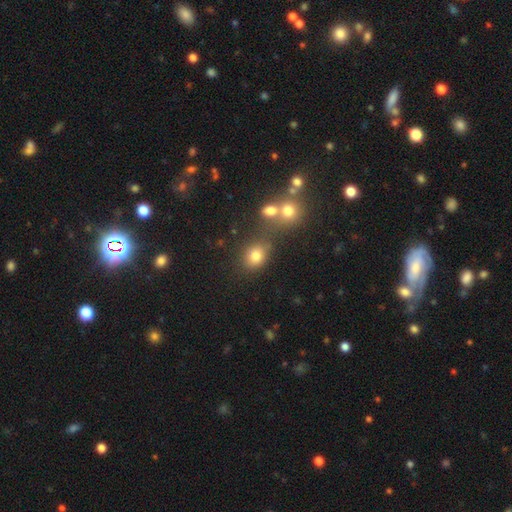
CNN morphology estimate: Smooth or featured? smooth (77%)
How rounded? round (58%)
Merging? none (61%)